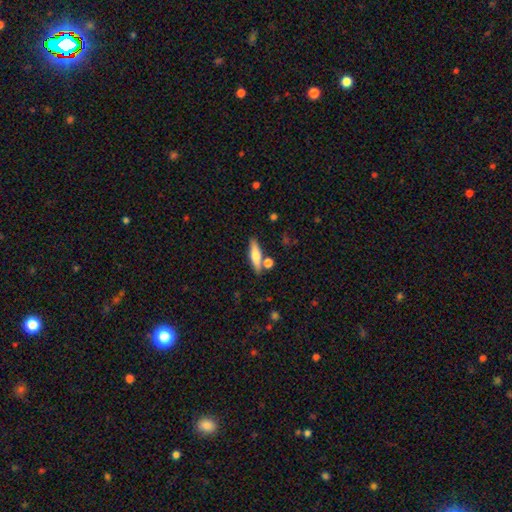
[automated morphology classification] This appears to be a smooth galaxy with no disk features (62%) that is cigar-shaped (69%). Merging: none (74%).